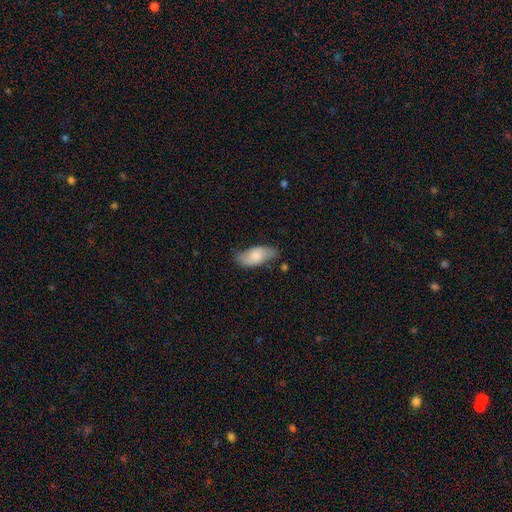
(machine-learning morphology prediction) type=smooth (63%); roundness=in between (88%); merging=none (65%).